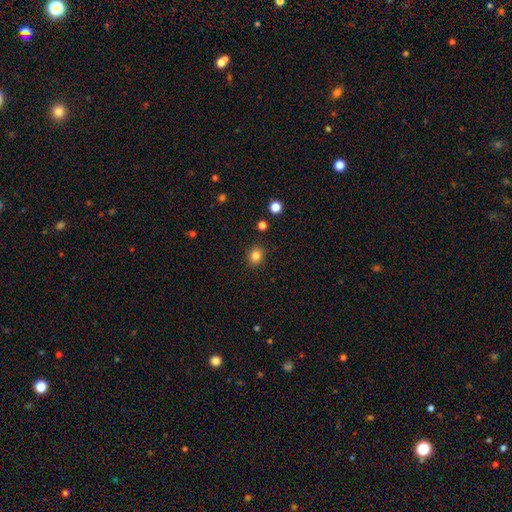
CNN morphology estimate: smooth 83%, star or artifact 12%, featured or disk 5%. Down the decision tree: how rounded — round (73%); merging — none (89%).